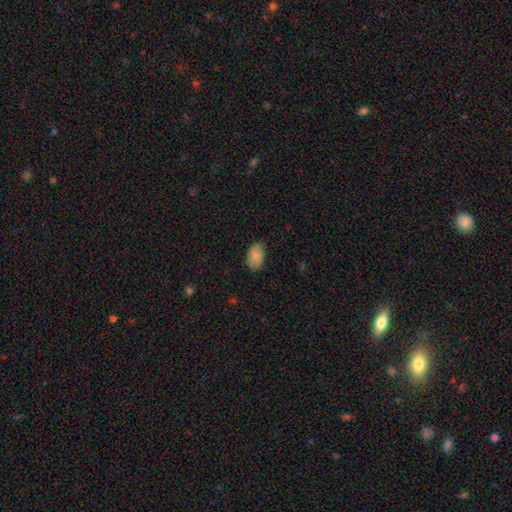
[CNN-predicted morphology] smooth_or_featured: smooth (p=0.81) [alt: featured or disk p=0.13]
how_rounded: in between (p=0.92) [alt: round p=0.07]
merging: none (p=0.79) [alt: minor disturbance p=0.17]